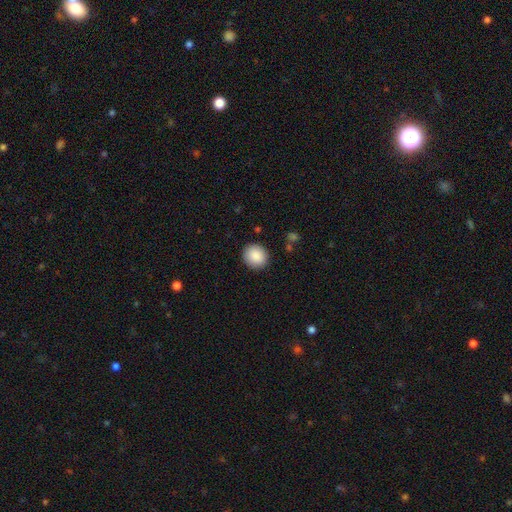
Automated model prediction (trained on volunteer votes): A smooth galaxy with no disk features (88%) that is round (88%).

Vote fractions:
- Smooth or featured? smooth: 88% / star or artifact: 8% / featured or disk: 4%
- How rounded? round: 88% / in between: 11% / cigar-shaped: 1%
- Merging? none: 90% / minor disturbance: 7% / major disturbance: 2% / merger: 1%